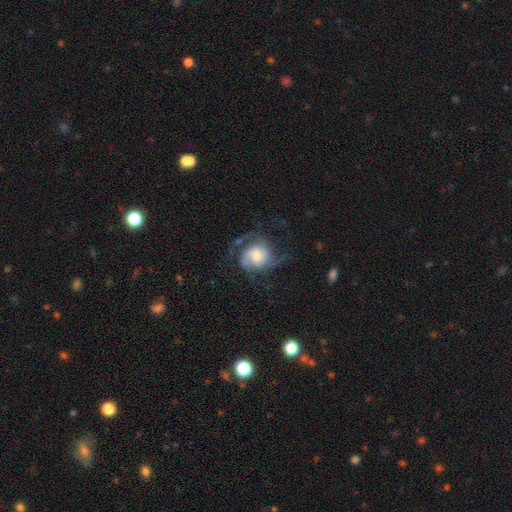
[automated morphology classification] featured or disk 68%, smooth 25%, star or artifact 8%. Down the decision tree: edge-on disk — no (98%); bar — no (64%); spiral arms — yes (92%); spiral arm count — 2 (48%); spiral winding — medium (44%); bulge size — moderate (38%); merging — none (54%).